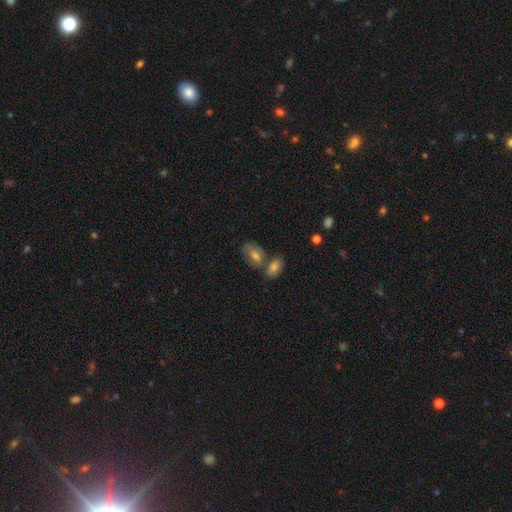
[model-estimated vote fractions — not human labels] The model was most divided on "merging": none: 47%, merger: 36%, minor disturbance: 12%, major disturbance: 5%. More confident: how rounded — in between (82%); smooth or featured — smooth (54%).